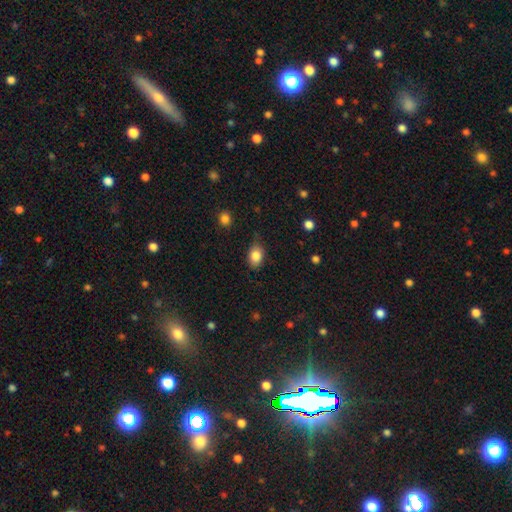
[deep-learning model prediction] Smooth or featured?
  - smooth: 85% *
  - star or artifact: 8%
  - featured or disk: 7%
How rounded?
  - in between: 75% *
  - round: 24%
  - cigar-shaped: 1%
Merging?
  - none: 74% *
  - minor disturbance: 21%
  - major disturbance: 4%
  - merger: 2%